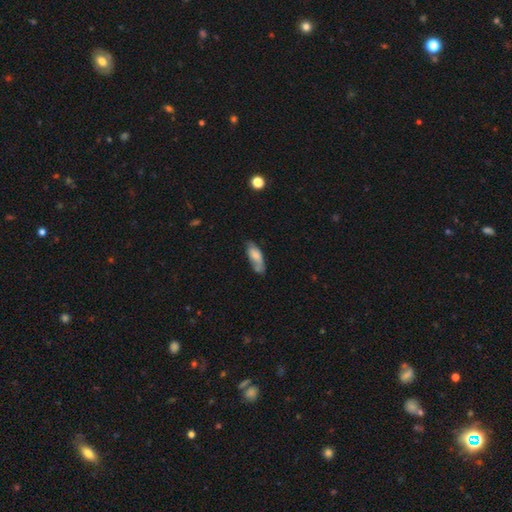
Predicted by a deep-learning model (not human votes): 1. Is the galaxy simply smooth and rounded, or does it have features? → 69% smooth, 25% featured or disk, 7% star or artifact.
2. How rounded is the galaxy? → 71% in between, 27% cigar-shaped, 2% round.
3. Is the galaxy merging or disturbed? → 50% none, 31% minor disturbance, 10% major disturbance, 9% merger.